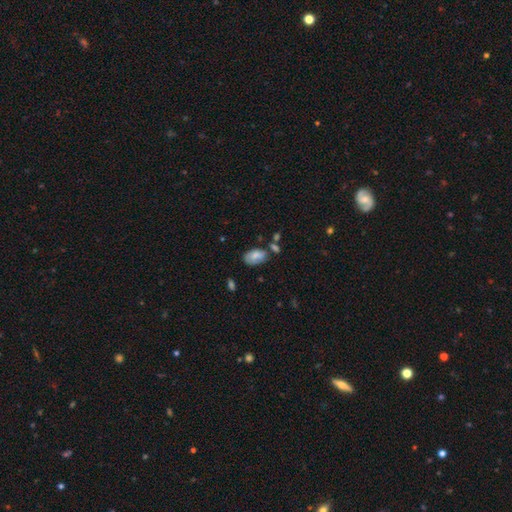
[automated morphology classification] A smooth galaxy with no disk features (73%) that is in between round and cigar-shaped (93%).

Vote fractions:
- Smooth or featured? smooth: 73% / featured or disk: 19% / star or artifact: 8%
- How rounded? in between: 93% / round: 6% / cigar-shaped: 2%
- Merging? none: 52% / minor disturbance: 27% / merger: 12% / major disturbance: 9%